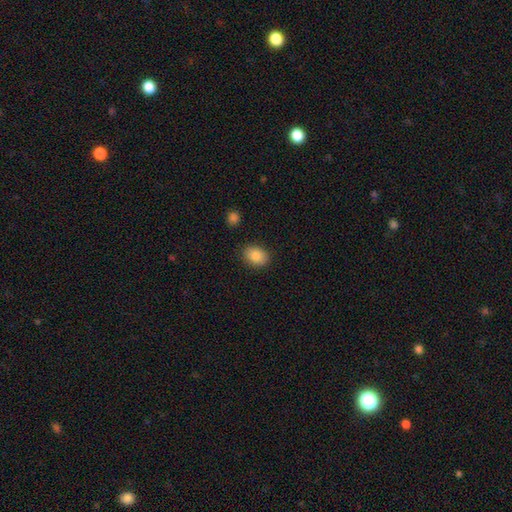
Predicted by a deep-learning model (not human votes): smooth 85%, star or artifact 8%, featured or disk 7%. Down the decision tree: how rounded — in between (67%); merging — none (86%).